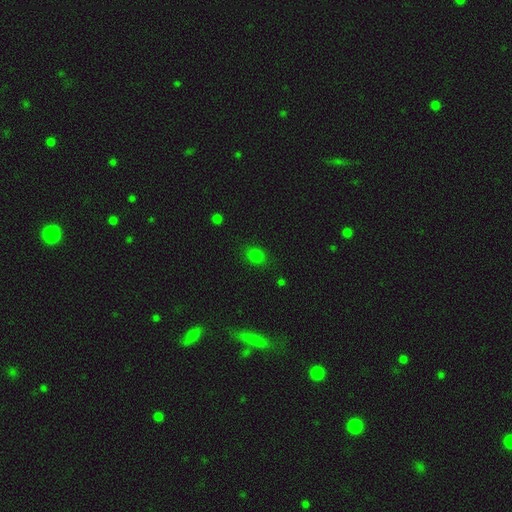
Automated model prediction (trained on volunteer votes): Smooth or featured?
  - smooth: 78% *
  - star or artifact: 17%
  - featured or disk: 5%
How rounded?
  - round: 58% *
  - in between: 41%
  - cigar-shaped: 1%
Merging?
  - none: 85% *
  - minor disturbance: 11%
  - major disturbance: 3%
  - merger: 1%